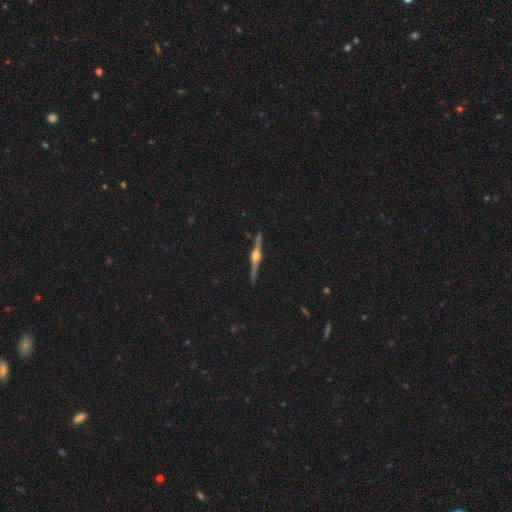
Smooth or featured: featured or disk — 95% (smooth — 5%)
Edge-on disk: yes — 100%
Edge-on bulge: rounded — 94% (boxy — 6%)
Merging: none — 79% (minor disturbance — 16%)